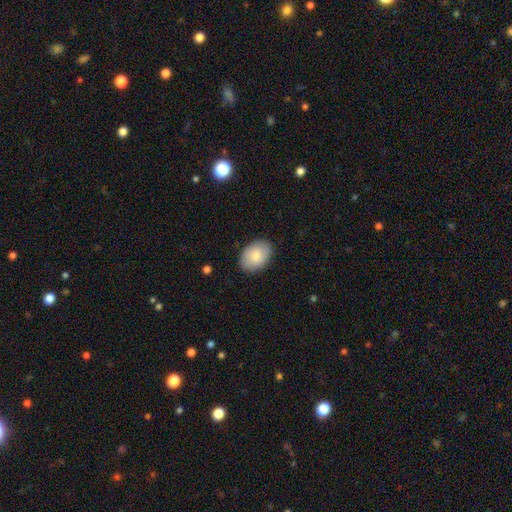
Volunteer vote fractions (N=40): A smooth galaxy with no disk features (75%) that is in between round and cigar-shaped (77%). Merging: none (86%).